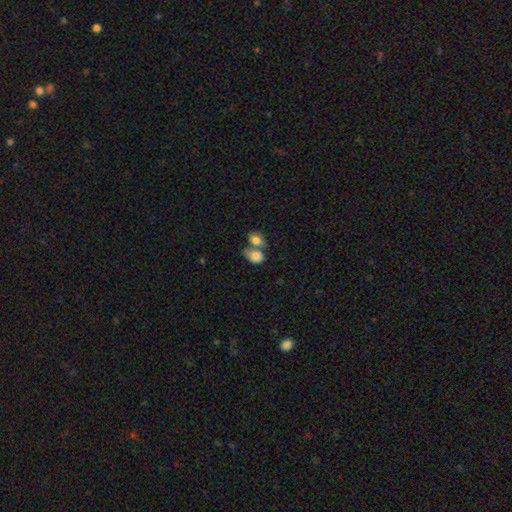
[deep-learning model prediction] This appears to be a smooth galaxy with no disk features (82%) that is in between round and cigar-shaped (56%). Merging: merger (59%).